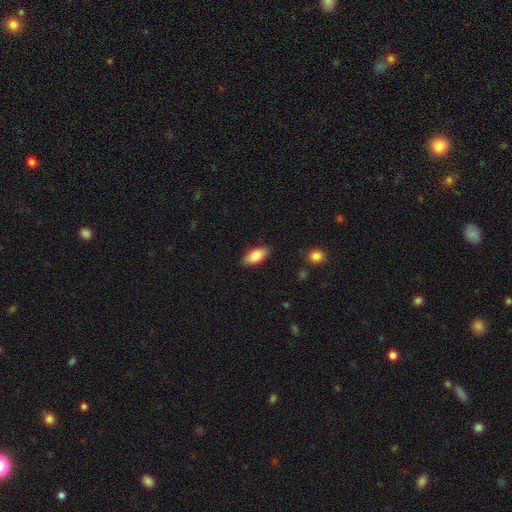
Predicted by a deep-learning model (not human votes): Smooth or featured? Predicted: smooth (p=0.84). How rounded? Predicted: in between (p=0.88). Merging? Predicted: none (p=0.86).